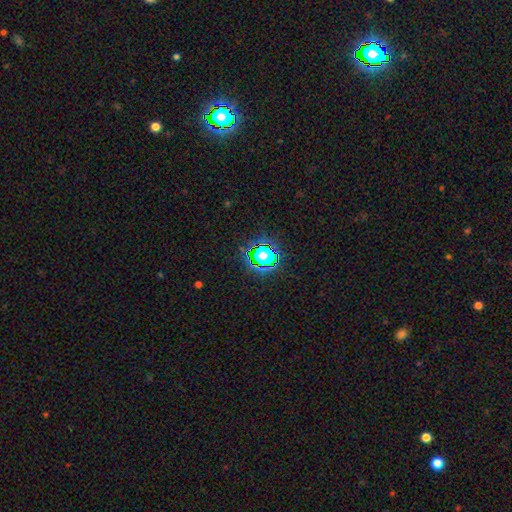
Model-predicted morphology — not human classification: A star or artifact, not a galaxy (59%).